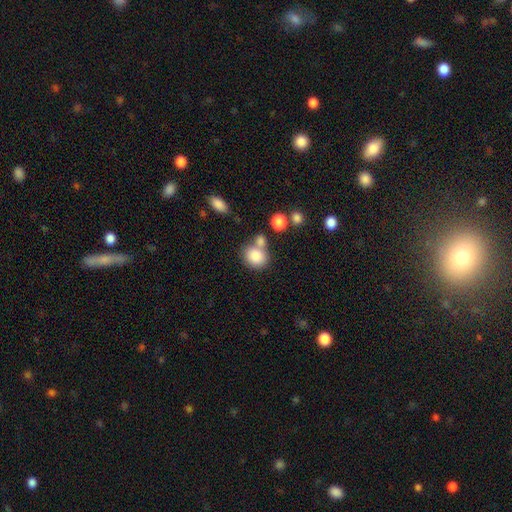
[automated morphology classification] The model was most divided on "merging": none: 53%, merger: 31%, minor disturbance: 12%, major disturbance: 4%. More confident: smooth or featured — smooth (83%); how rounded — round (63%).